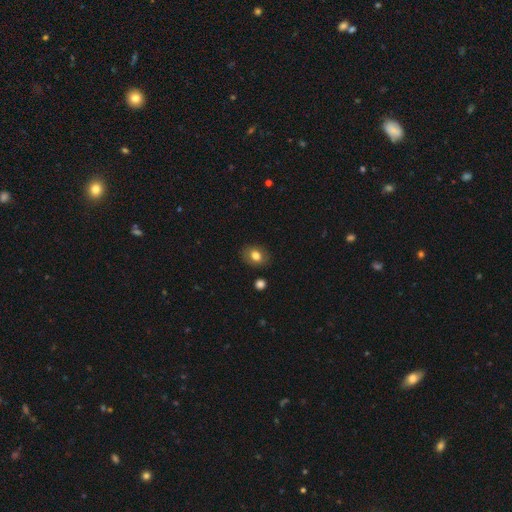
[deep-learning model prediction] The model was most divided on "how rounded": in between: 57%, round: 42%, cigar-shaped: 1%. More confident: merging — none (85%); smooth or featured — smooth (79%).